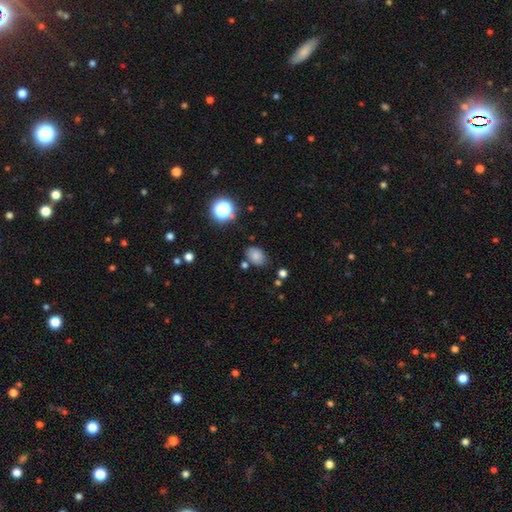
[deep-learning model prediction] Smooth or featured? smooth (77%)
How rounded? in between (77%)
Merging? none (75%)